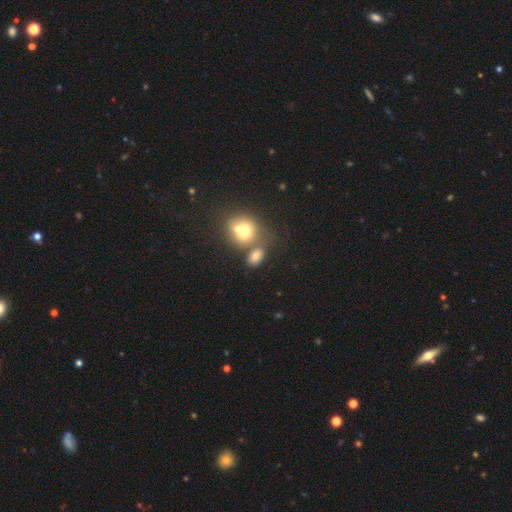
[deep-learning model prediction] Smooth or featured?
  - smooth: 74% *
  - featured or disk: 13%
  - star or artifact: 13%
How rounded?
  - in between: 66% *
  - round: 32%
  - cigar-shaped: 2%
Merging?
  - none: 46% *
  - merger: 37%
  - minor disturbance: 12%
  - major disturbance: 6%